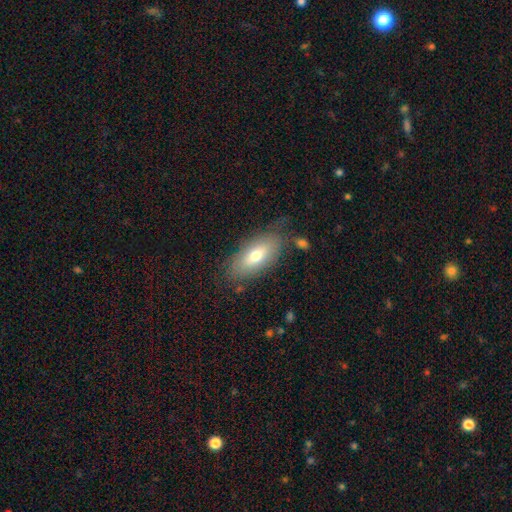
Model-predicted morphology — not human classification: Smooth or featured? Predicted: smooth (p=0.68). How rounded? Predicted: in between (p=0.86). Merging? Predicted: none (p=0.73).